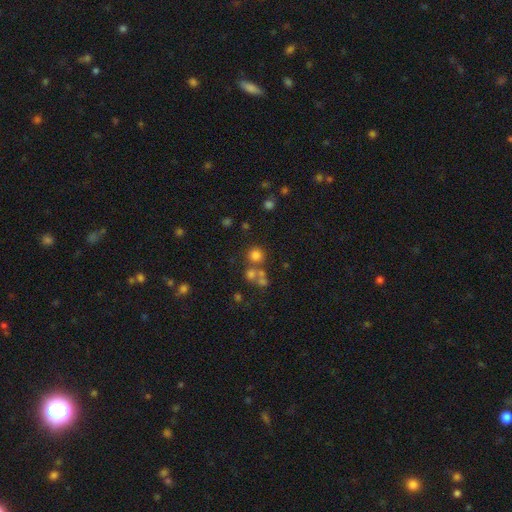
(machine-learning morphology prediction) This is likely a smooth galaxy (68%). How rounded: clearly round (90%). Merging: likely none (63%).